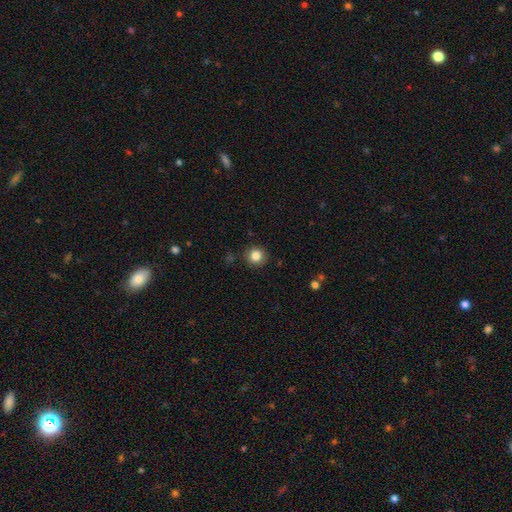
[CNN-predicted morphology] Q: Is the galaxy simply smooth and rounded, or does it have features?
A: smooth — 84%.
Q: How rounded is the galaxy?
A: round — 92%.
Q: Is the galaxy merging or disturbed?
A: none — 89%.